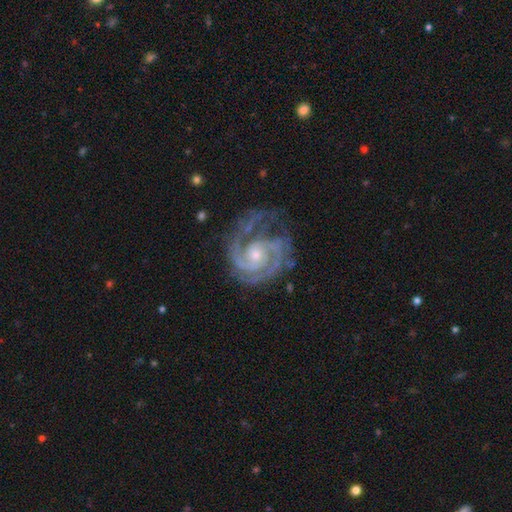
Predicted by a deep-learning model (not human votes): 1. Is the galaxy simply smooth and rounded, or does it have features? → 93% featured or disk, 4% star or artifact, 3% smooth.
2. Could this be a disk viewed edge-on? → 98% no, 2% yes.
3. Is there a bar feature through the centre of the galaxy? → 68% no, 25% weak, 7% strong.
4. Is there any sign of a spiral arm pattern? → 99% yes, 1% no.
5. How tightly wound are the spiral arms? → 64% tight, 32% medium, 4% loose.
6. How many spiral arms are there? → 56% 2, 24% 3, 7% can't tell, 5% 4, 4% 1, 4% more than 4.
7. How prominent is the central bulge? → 60% small, 36% moderate, 2% none, 2% large, 1% dominant.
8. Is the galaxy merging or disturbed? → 63% none, 21% minor disturbance, 14% major disturbance, 2% merger.